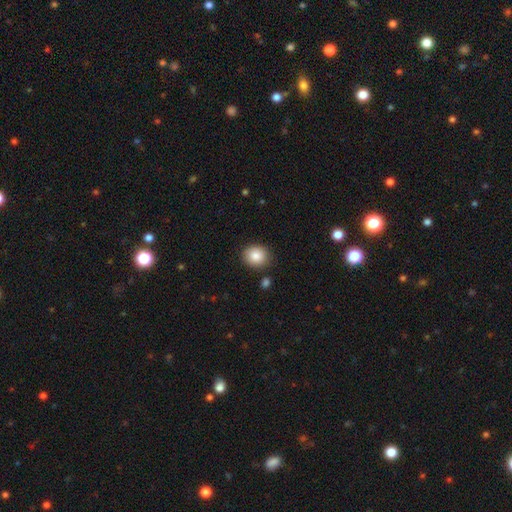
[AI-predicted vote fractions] Smooth or featured? Predicted: smooth (p=0.85). How rounded? Predicted: round (p=0.77). Merging? Predicted: none (p=0.86).